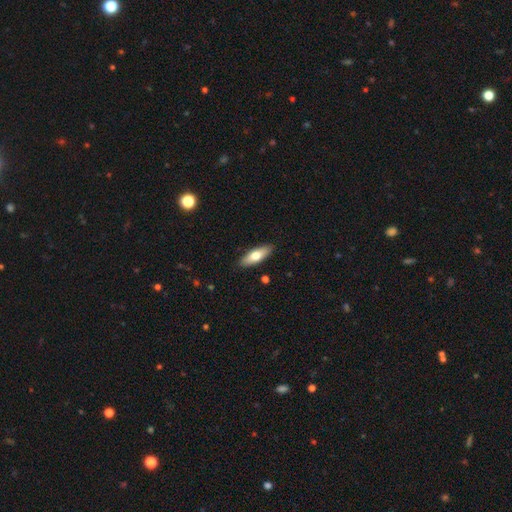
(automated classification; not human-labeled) A smooth galaxy with no disk features (70%) that is in between round and cigar-shaped (65%).

Vote fractions:
- Smooth or featured? smooth: 70% / featured or disk: 25% / star or artifact: 6%
- How rounded? in between: 65% / cigar-shaped: 32% / round: 2%
- Merging? none: 89% / minor disturbance: 8% / major disturbance: 2% / merger: 1%